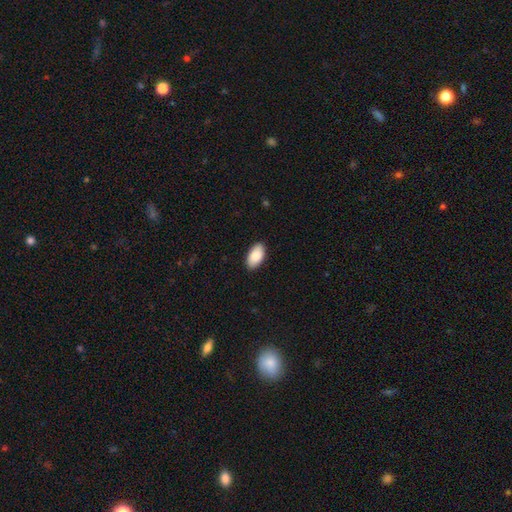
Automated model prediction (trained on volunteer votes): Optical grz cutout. It shows a smooth galaxy with no disk features (87%) that is in between round and cigar-shaped (95%). Merging: none (89%).